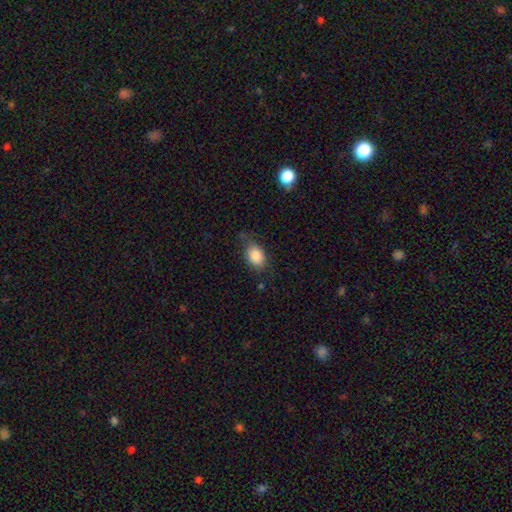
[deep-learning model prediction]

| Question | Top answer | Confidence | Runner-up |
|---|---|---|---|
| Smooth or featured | smooth | 86% | star or artifact (8%) |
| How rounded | in between | 82% | round (16%) |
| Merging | none | 67% | minor disturbance (24%) |